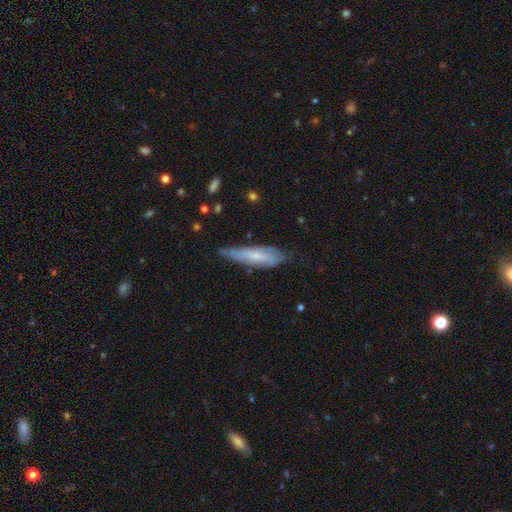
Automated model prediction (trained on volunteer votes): Smooth or featured?
  - smooth: 51% *
  - featured or disk: 42%
  - star or artifact: 7%
How rounded?
  - cigar-shaped: 65% *
  - in between: 33%
  - round: 2%
Merging?
  - none: 59% *
  - minor disturbance: 32%
  - major disturbance: 7%
  - merger: 2%